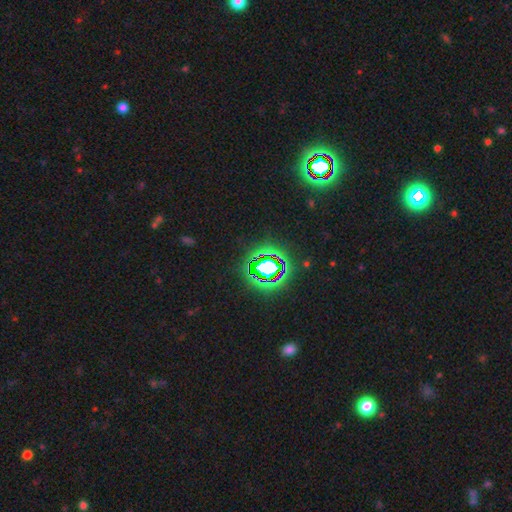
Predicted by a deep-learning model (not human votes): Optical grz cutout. It shows a star or artifact, not a galaxy (79%).